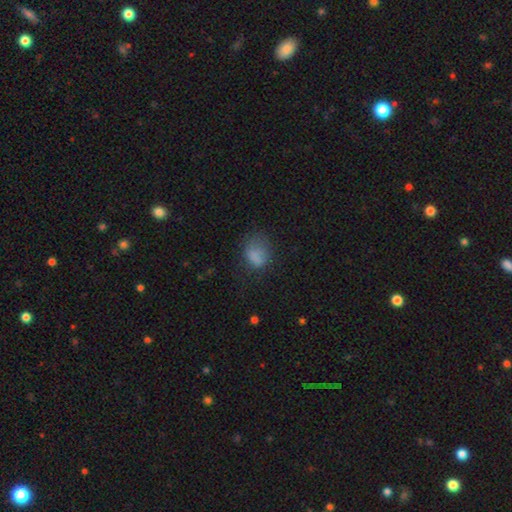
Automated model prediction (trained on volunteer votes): Overall: smooth (71%). How rounded: in between (56%; round 42%). Merging: none (41%; major disturbance 28%).